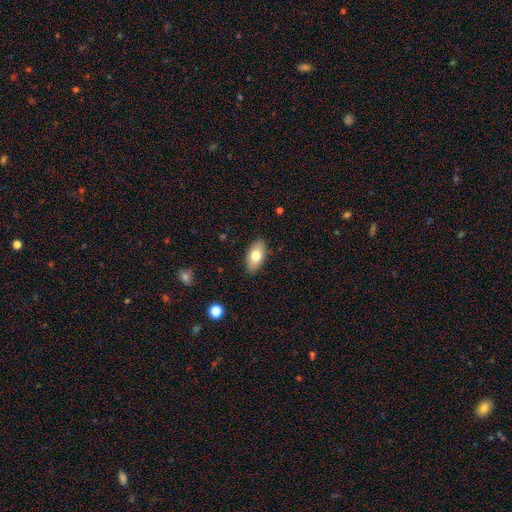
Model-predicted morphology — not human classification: smooth 77%, featured or disk 16%, star or artifact 7%. Down the decision tree: how rounded — in between (93%); merging — none (87%).